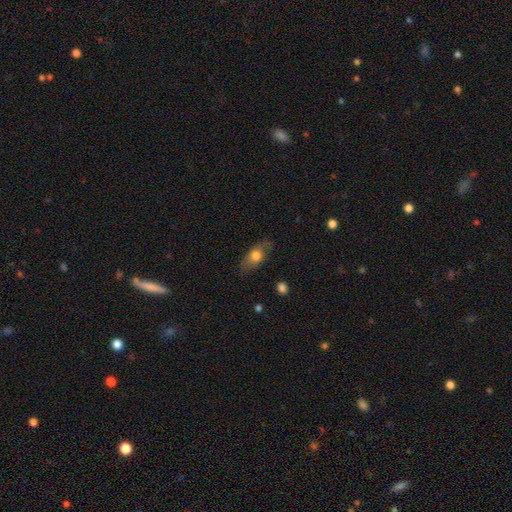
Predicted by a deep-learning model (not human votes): Q: Smooth or featured?
A: smooth (66%); runner-up: featured or disk (27%)
Q: How rounded?
A: in between (78%); runner-up: cigar-shaped (14%)
Q: Merging?
A: none (75%); runner-up: minor disturbance (18%)